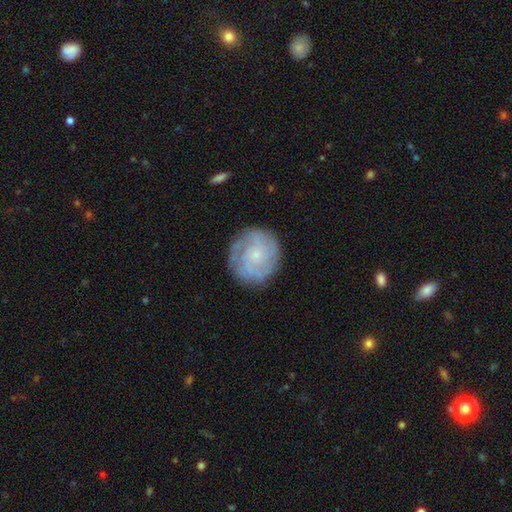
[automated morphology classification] The model was most divided on "spiral arm count": can't tell: 45%, 3: 17%, 2: 14%, 4: 12%, more than 4: 6%, 1: 6%. More confident: edge-on disk — no (98%); spiral arms — yes (86%); merging — none (80%); bar — no (79%); bulge size — small (74%); smooth or featured — featured or disk (64%); spiral winding — tight (62%).